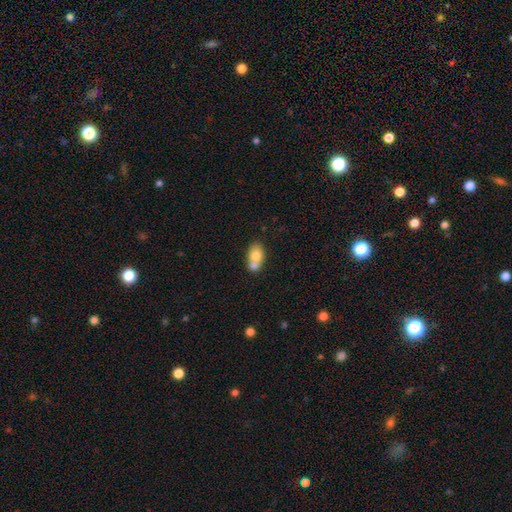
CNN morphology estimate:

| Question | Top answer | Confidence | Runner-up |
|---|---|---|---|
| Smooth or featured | smooth | 72% | featured or disk (20%) |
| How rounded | in between | 75% | round (22%) |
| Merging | merger | 56% | none (31%) |